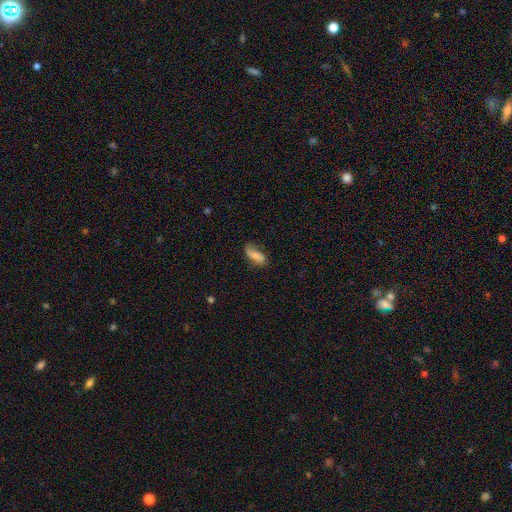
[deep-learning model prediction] Overall: smooth (57%; featured or disk 34%). How rounded: in between (83%). Merging: none (58%; minor disturbance 28%).